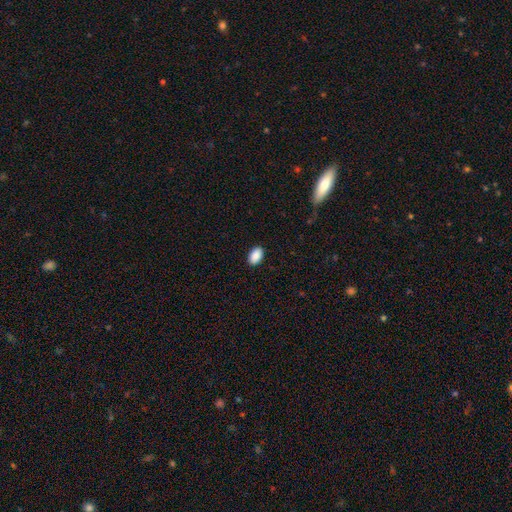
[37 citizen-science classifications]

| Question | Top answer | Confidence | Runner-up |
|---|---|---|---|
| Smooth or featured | smooth | 89% | star or artifact (11%) |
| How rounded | in between | 97% | cigar-shaped (3%) |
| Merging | none | 88% | minor disturbance (6%) |